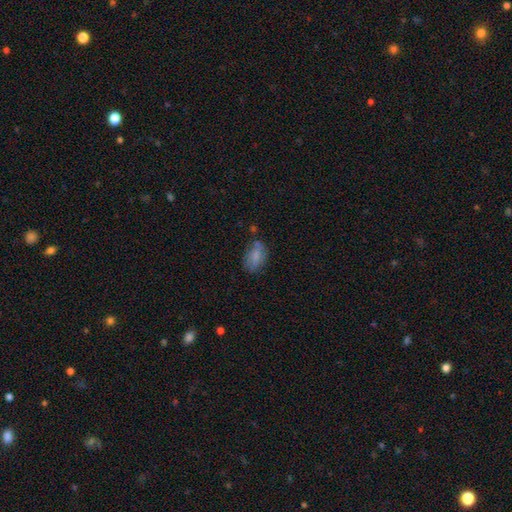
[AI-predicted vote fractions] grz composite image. It shows a smooth galaxy with no disk features (74%) that is in between round and cigar-shaped (89%). Merging: none (59%).